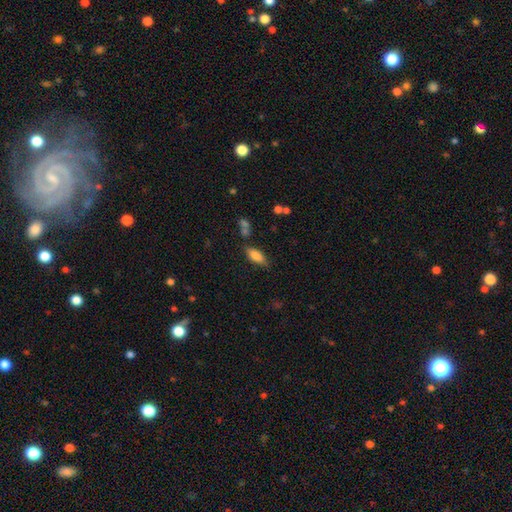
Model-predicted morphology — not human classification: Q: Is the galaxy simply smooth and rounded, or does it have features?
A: smooth — 78%.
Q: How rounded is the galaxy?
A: in between — 78%.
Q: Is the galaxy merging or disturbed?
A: none — 70%.